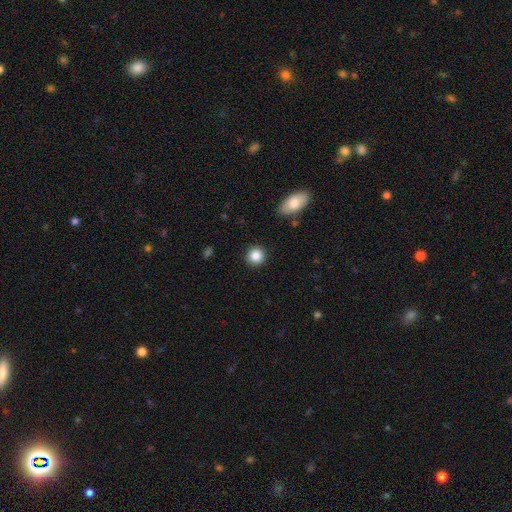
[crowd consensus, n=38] A smooth galaxy with no disk features (89%) that is round (88%).

Vote fractions:
- Smooth or featured? smooth: 89% / star or artifact: 8% / featured or disk: 3%
- How rounded? round: 88% / in between: 12% / cigar-shaped: 0%
- Merging? none: 80% / minor disturbance: 17% / major disturbance: 3% / merger: 0%